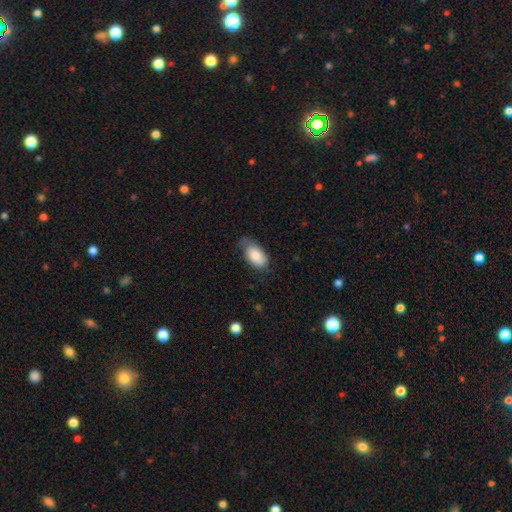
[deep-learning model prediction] A smooth galaxy with no disk features (84%) that is in between round and cigar-shaped (94%). Merging: none (50%).